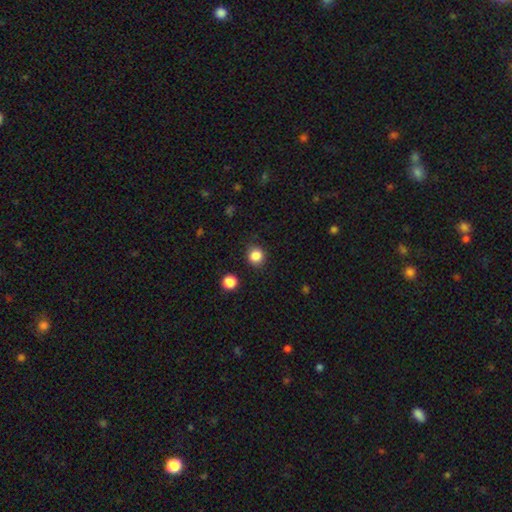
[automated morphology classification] The model was most divided on "smooth or featured": smooth: 85%, star or artifact: 11%, featured or disk: 4%. More confident: merging — none (88%); how rounded — round (86%).